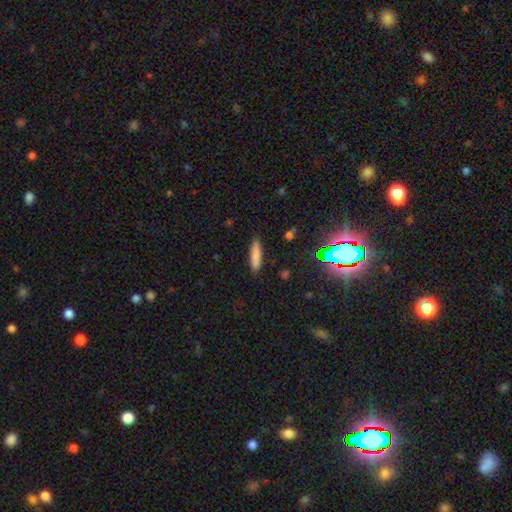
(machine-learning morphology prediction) type=smooth (81%); roundness=cigar-shaped (81%); merging=none (88%).